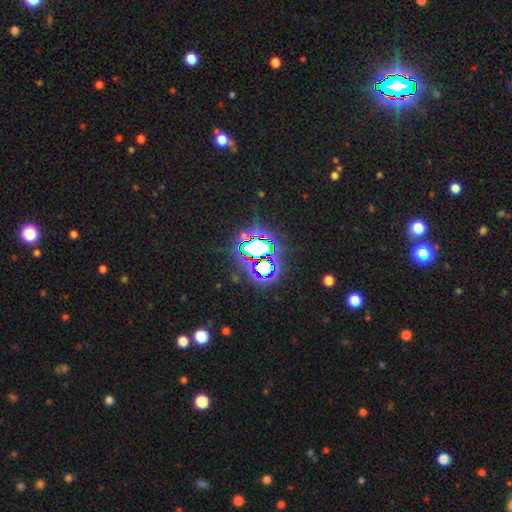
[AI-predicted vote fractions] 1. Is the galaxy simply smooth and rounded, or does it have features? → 80% star or artifact, 13% smooth, 7% featured or disk.